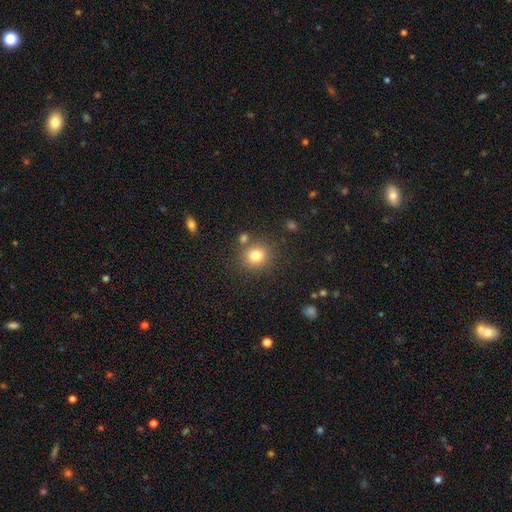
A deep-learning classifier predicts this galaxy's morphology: Smooth or featured: smooth — 80% (star or artifact — 12%)
How rounded: round — 82% (in between — 17%)
Merging: none — 78% (minor disturbance — 9%)